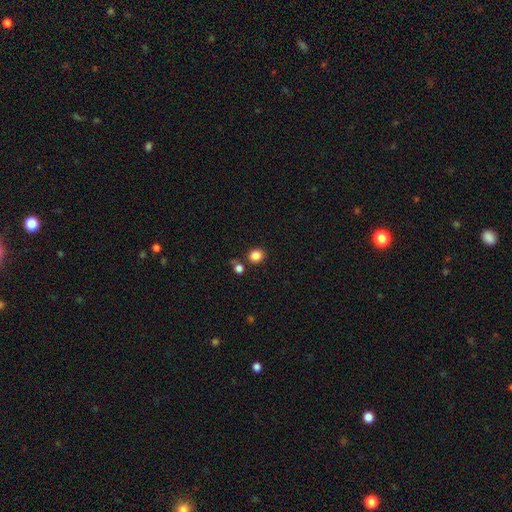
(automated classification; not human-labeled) The model was most divided on "how rounded": round: 79%, in between: 20%, cigar-shaped: 1%. More confident: smooth or featured — smooth (85%); merging — none (81%).